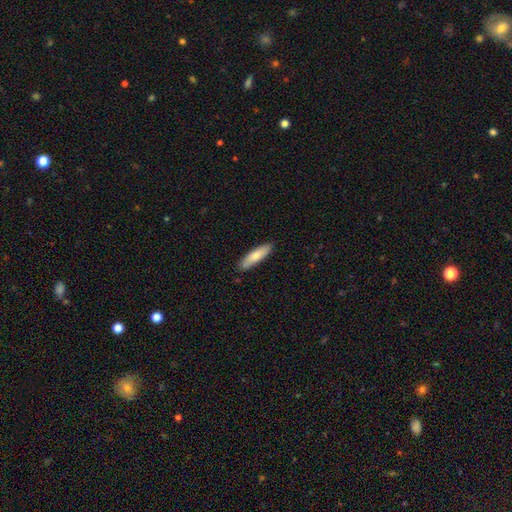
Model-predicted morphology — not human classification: A smooth galaxy with no disk features (74%) that is cigar-shaped (69%). Merging: none (86%).